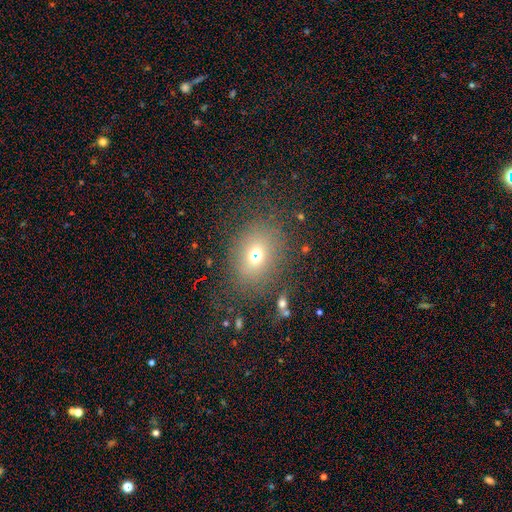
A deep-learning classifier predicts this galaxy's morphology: Smooth or featured?
  - smooth: 64% *
  - star or artifact: 21%
  - featured or disk: 15%
How rounded?
  - round: 53% *
  - in between: 46%
  - cigar-shaped: 1%
Merging?
  - none: 69% *
  - minor disturbance: 13%
  - merger: 10%
  - major disturbance: 8%